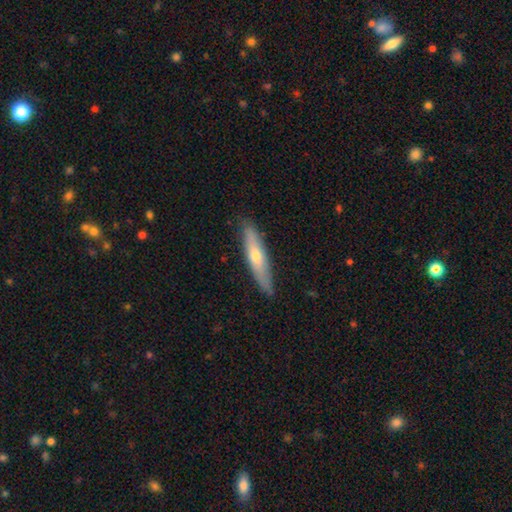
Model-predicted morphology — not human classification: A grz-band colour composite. It shows a featured or disk galaxy (48%). Merging: none (87%).